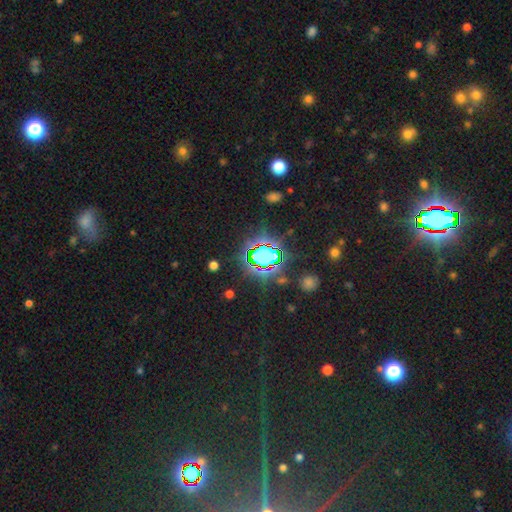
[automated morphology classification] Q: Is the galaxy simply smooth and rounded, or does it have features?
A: star or artifact — 77%.